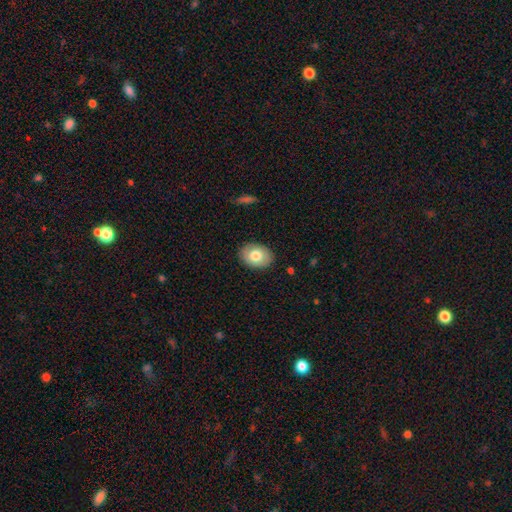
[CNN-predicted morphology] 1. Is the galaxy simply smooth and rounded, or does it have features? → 77% smooth, 16% featured or disk, 7% star or artifact.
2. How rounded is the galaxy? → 77% in between, 22% round, 1% cigar-shaped.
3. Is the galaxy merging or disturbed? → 87% none, 10% minor disturbance, 2% major disturbance, 1% merger.